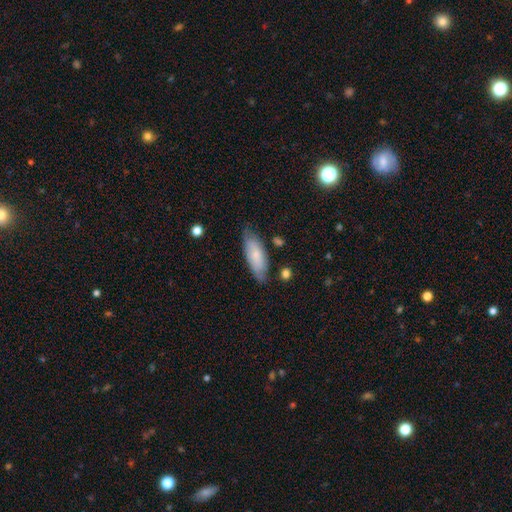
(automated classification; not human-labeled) smooth 72%, featured or disk 22%, star or artifact 6%. Down the decision tree: how rounded — in between (70%); merging — none (72%).